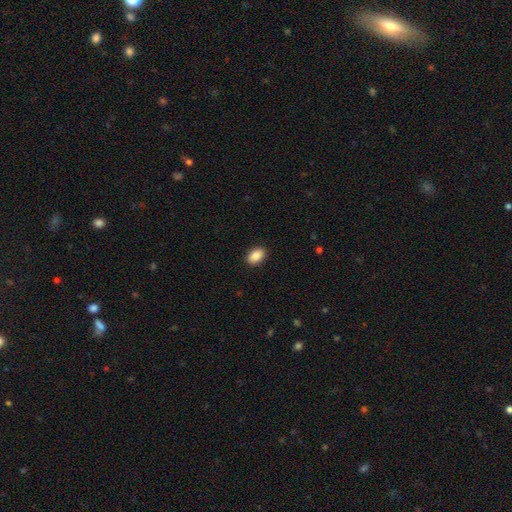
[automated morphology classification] A smooth galaxy with no disk features (88%) that is in between round and cigar-shaped (90%). Merging: none (90%).